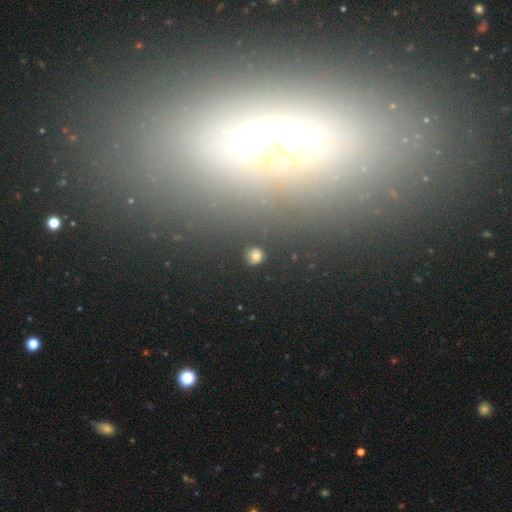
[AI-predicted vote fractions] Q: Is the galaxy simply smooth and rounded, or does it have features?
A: smooth — 74%.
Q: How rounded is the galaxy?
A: round — 86%.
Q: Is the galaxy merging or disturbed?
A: none — 86%.